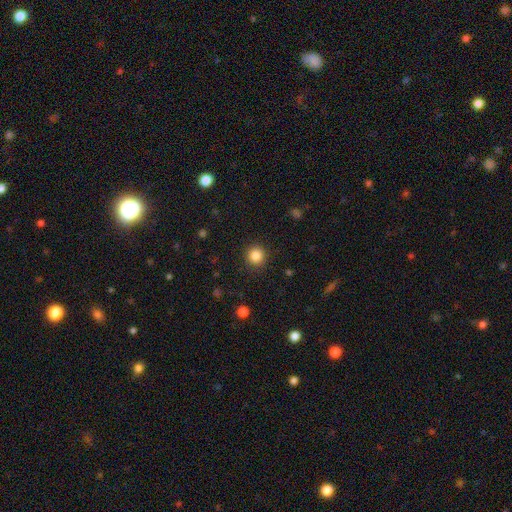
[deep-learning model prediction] A smooth galaxy with no disk features (85%) that is round (93%). Merging: none (91%).